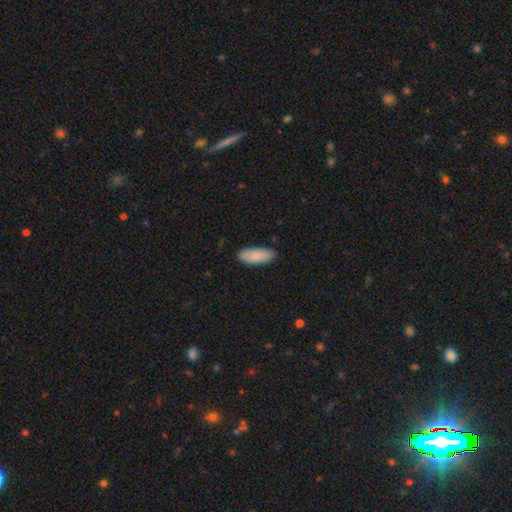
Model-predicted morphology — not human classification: Overall: smooth (88%). How rounded: in between (82%). Merging: none (86%).